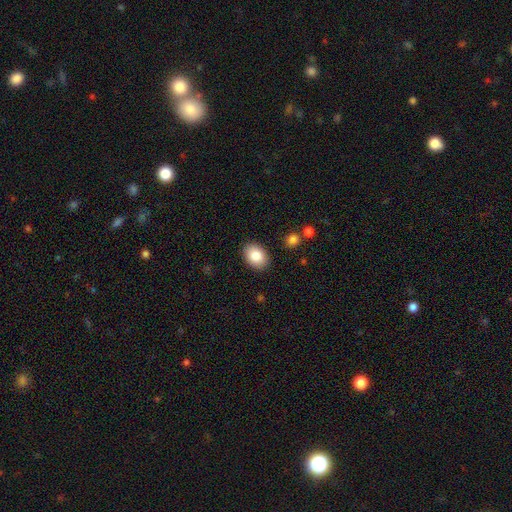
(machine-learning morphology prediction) Smooth or featured? Predicted: smooth (p=0.85). How rounded? Predicted: in between (p=0.76). Merging? Predicted: none (p=0.89).